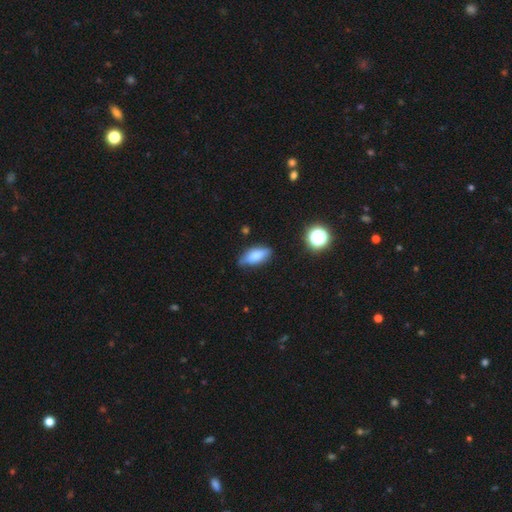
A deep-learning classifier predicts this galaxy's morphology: Smooth or featured?
  - smooth: 69% *
  - featured or disk: 22%
  - star or artifact: 9%
How rounded?
  - in between: 76% *
  - cigar-shaped: 21%
  - round: 3%
Merging?
  - none: 71% *
  - minor disturbance: 23%
  - major disturbance: 4%
  - merger: 2%